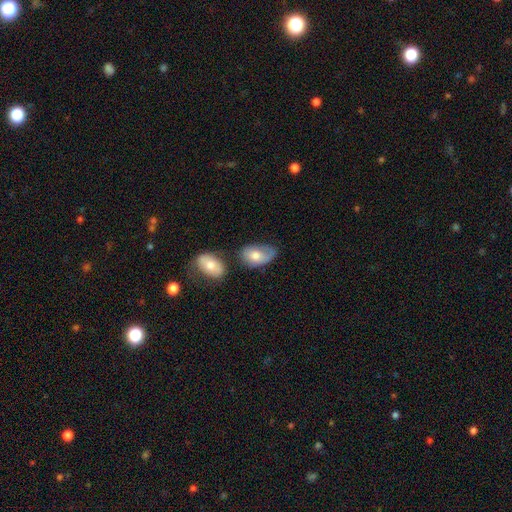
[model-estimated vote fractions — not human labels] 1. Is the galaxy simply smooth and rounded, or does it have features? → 67% smooth, 27% featured or disk, 7% star or artifact.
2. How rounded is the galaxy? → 88% in between, 11% round, 1% cigar-shaped.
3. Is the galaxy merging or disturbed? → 36% none, 32% minor disturbance, 18% major disturbance, 14% merger.